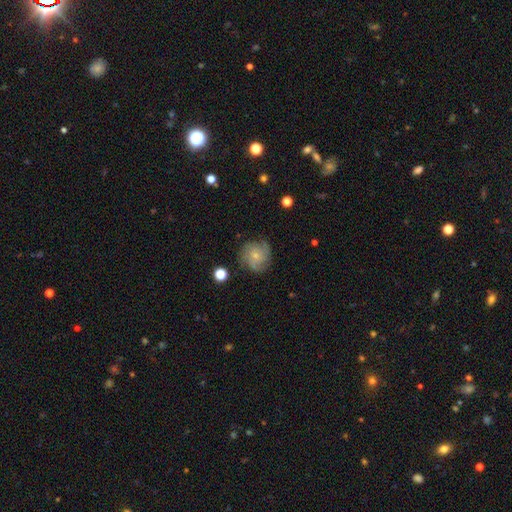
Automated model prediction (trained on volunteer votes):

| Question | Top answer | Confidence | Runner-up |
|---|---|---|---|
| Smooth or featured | featured or disk | 55% | smooth (35%) |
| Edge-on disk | no | 97% | yes (3%) |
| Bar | no | 81% | weak (17%) |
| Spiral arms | yes | 84% | no (16%) |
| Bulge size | small | 73% | moderate (22%) |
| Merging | none | 72% | minor disturbance (19%) |